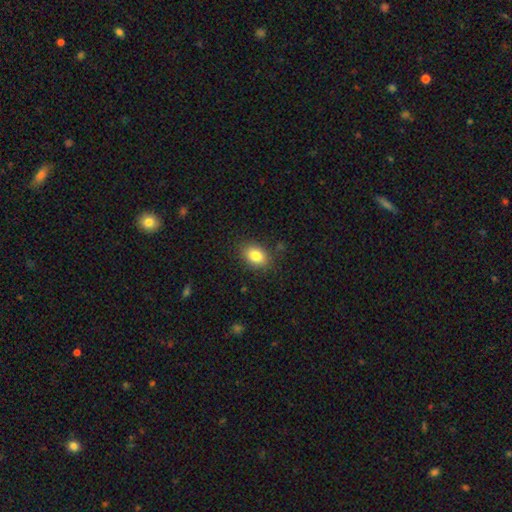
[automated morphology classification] A smooth galaxy with no disk features (84%) that is in between round and cigar-shaped (80%). Merging: none (84%).